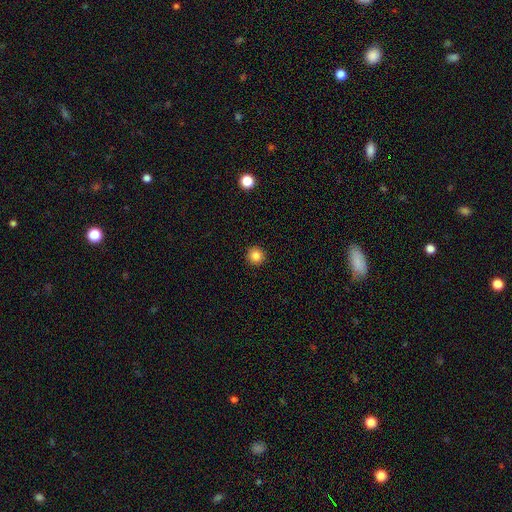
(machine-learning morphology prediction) A smooth galaxy with no disk features (84%) that is round (95%).

Vote fractions:
- Smooth or featured? smooth: 84% / star or artifact: 11% / featured or disk: 5%
- How rounded? round: 95% / in between: 4% / cigar-shaped: 1%
- Merging? none: 93% / minor disturbance: 4% / major disturbance: 1% / merger: 1%